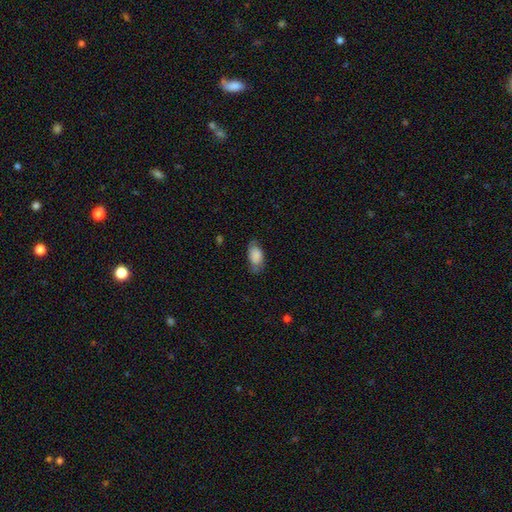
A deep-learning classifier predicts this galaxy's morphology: Smooth or featured: smooth — 81% (featured or disk — 12%)
How rounded: in between — 92% (round — 4%)
Merging: none — 66% (minor disturbance — 26%)